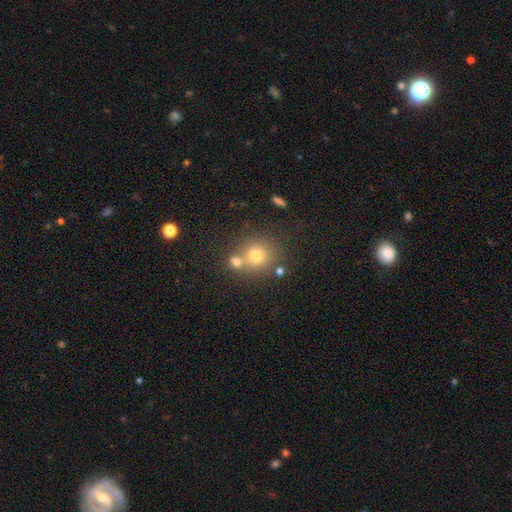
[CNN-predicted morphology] smooth_or_featured: smooth (p=0.71) [alt: star or artifact p=0.15]
how_rounded: round (p=0.86) [alt: in between p=0.13]
merging: none (p=0.56) [alt: merger p=0.31]